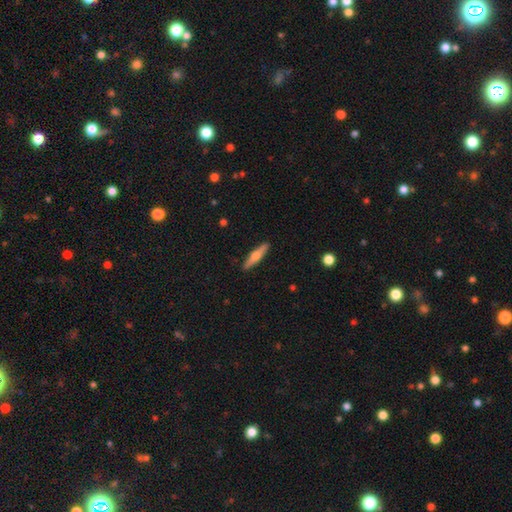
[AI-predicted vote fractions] Smooth or featured: featured or disk — 51% (smooth — 43%)
Edge-on disk: yes — 96% (no — 4%)
Merging: none — 90% (minor disturbance — 7%)